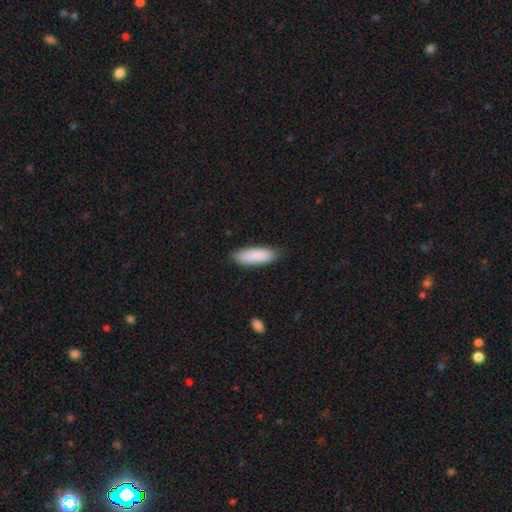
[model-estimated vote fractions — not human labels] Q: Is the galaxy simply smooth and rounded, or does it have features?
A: smooth — 88%.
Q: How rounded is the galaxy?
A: in between — 57%.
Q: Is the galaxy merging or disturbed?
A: none — 82%.